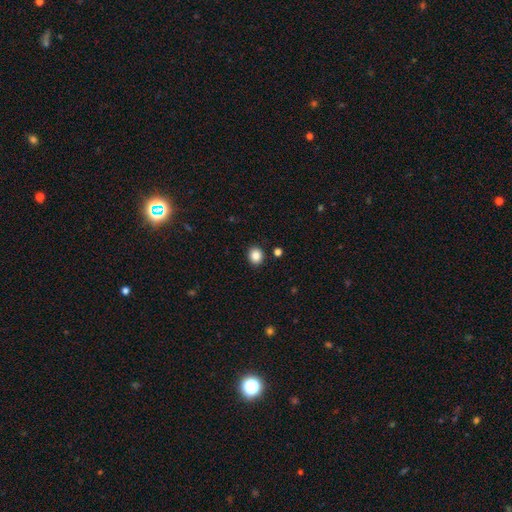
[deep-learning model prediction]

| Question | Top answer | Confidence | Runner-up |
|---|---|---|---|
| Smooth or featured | smooth | 86% | star or artifact (10%) |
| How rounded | round | 82% | in between (17%) |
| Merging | none | 90% | minor disturbance (6%) |